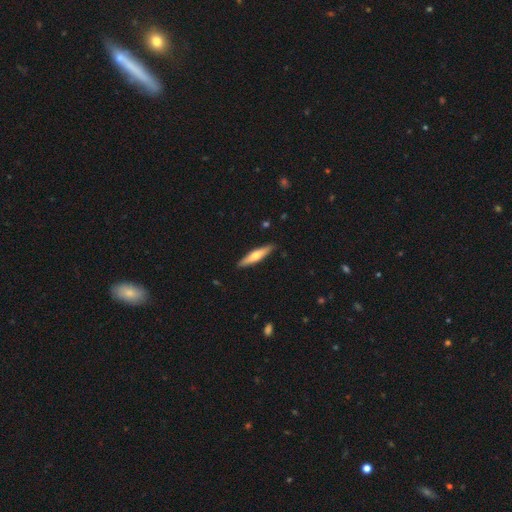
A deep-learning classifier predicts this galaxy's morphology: smooth 52%, featured or disk 43%, star or artifact 5%. Down the decision tree: how rounded — cigar-shaped (82%); merging — none (90%).